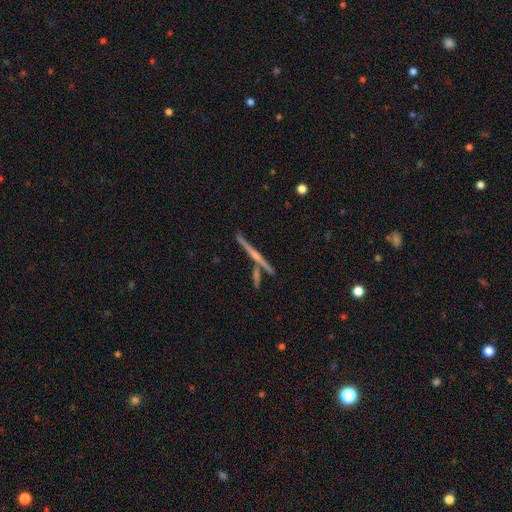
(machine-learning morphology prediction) The model was most divided on "edge-on bulge": rounded: 53%, none: 37%, boxy: 10%. More confident: edge-on disk — yes (97%); merging — none (78%); smooth or featured — featured or disk (73%).